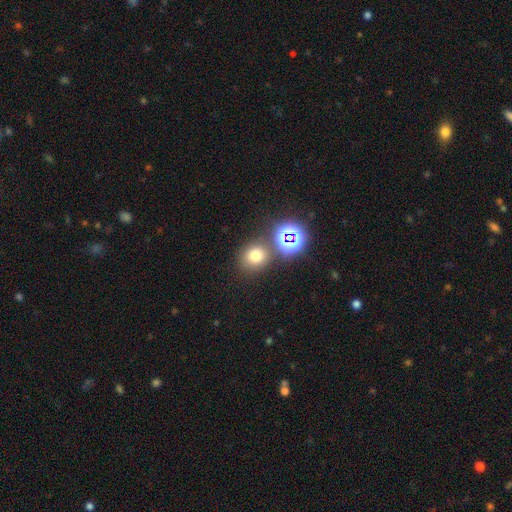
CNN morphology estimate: Q: Smooth or featured?
A: smooth (71%); runner-up: star or artifact (21%)
Q: How rounded?
A: round (81%); runner-up: in between (18%)
Q: Merging?
A: none (72%); runner-up: merger (15%)